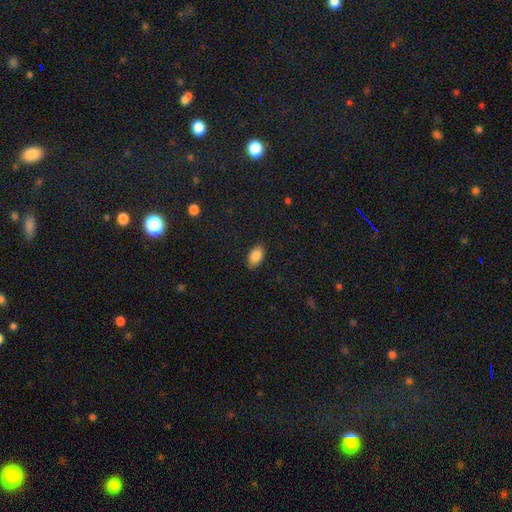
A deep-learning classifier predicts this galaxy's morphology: A smooth galaxy with no disk features (85%) that is in between round and cigar-shaped (91%).

Vote fractions:
- Smooth or featured? smooth: 85% / star or artifact: 8% / featured or disk: 7%
- How rounded? in between: 91% / round: 7% / cigar-shaped: 2%
- Merging? none: 86% / minor disturbance: 11% / major disturbance: 2% / merger: 1%